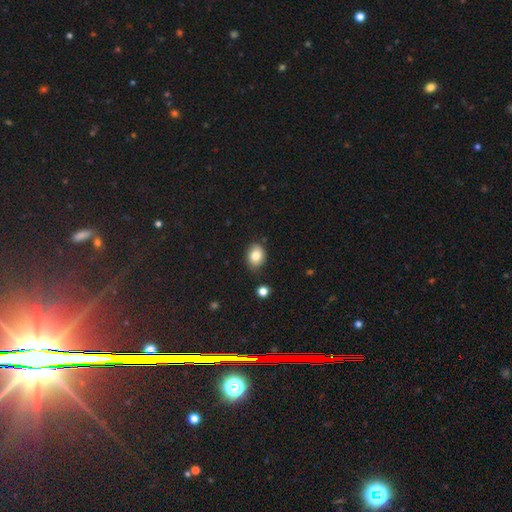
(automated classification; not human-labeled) This is clearly a smooth galaxy (82%). How rounded: possibly in between (60%). Merging: likely none (78%).